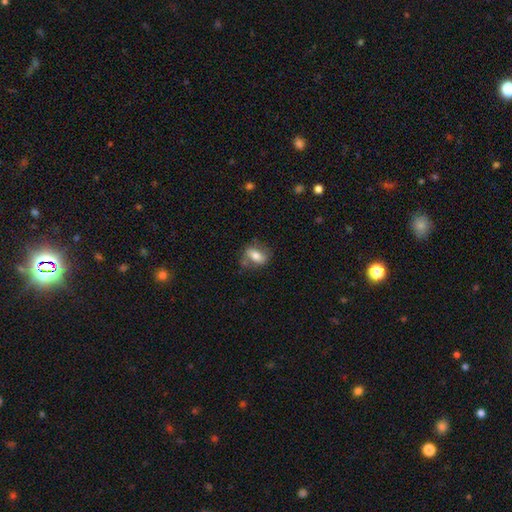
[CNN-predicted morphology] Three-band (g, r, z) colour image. It shows a smooth galaxy with no disk features (67%) that is in between round and cigar-shaped (80%). Merging: none (63%).